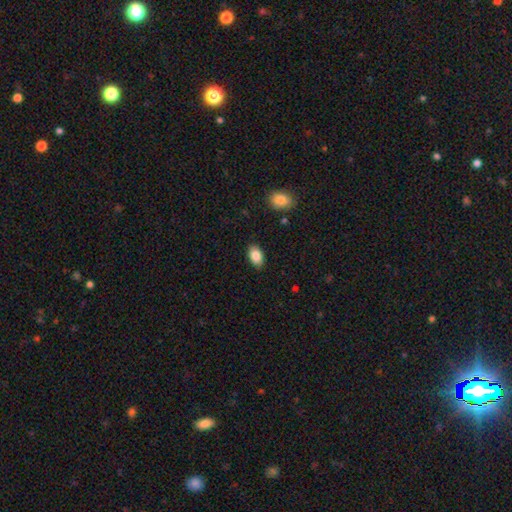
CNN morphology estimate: This appears to be a smooth galaxy with no disk features (86%) that is in between round and cigar-shaped (92%). Merging: none (86%).